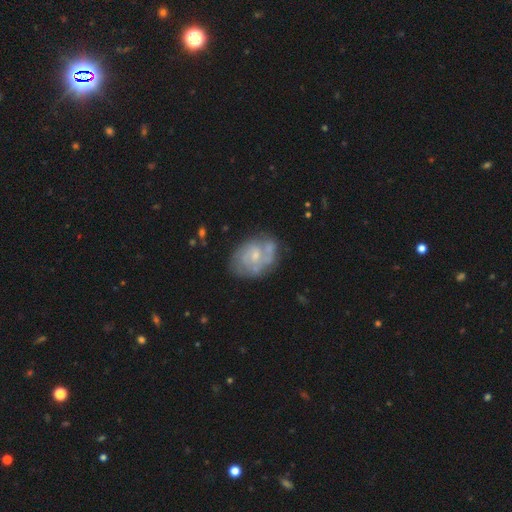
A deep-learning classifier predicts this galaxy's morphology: Smooth or featured? Predicted: featured or disk (p=0.69). Edge-on disk? Predicted: no (p=0.97). Bar? Predicted: no (p=0.62). Spiral arms? Predicted: yes (p=0.72). Bulge size? Predicted: small (p=0.56). Merging? Predicted: none (p=0.56).